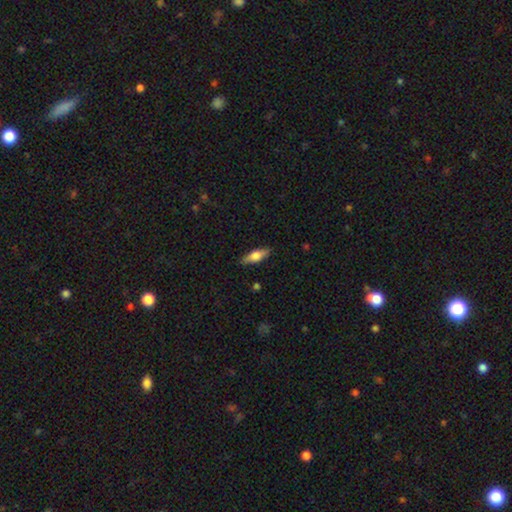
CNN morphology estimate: The model was most divided on "how rounded": in between: 54%, cigar-shaped: 43%, round: 3%. More confident: merging — none (87%); smooth or featured — smooth (55%).